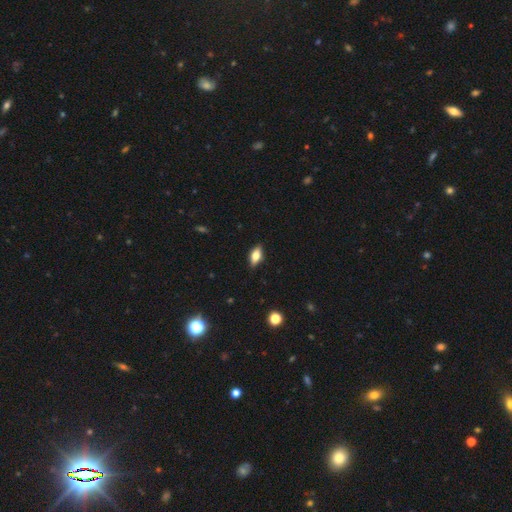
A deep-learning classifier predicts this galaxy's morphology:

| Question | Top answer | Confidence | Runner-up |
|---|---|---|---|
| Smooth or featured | smooth | 64% | featured or disk (28%) |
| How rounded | in between | 82% | cigar-shaped (14%) |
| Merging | none | 86% | minor disturbance (10%) |